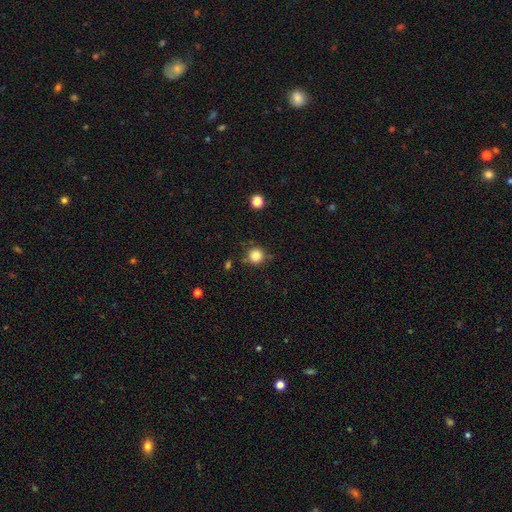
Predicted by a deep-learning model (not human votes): Smooth or featured? smooth (85%)
How rounded? round (94%)
Merging? none (83%)